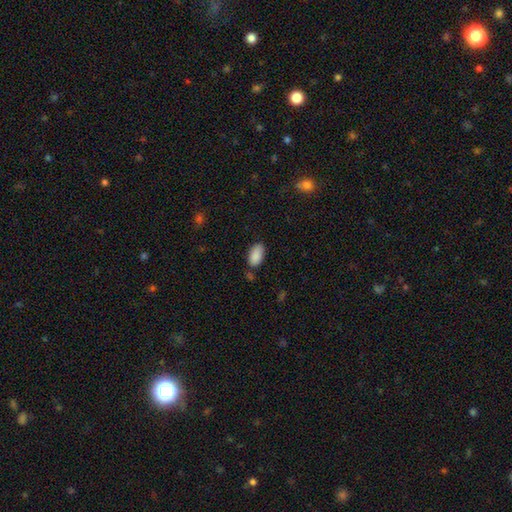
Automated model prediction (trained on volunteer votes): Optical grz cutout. It shows a smooth galaxy with no disk features (89%) that is in between round and cigar-shaped (94%). Merging: none (75%).